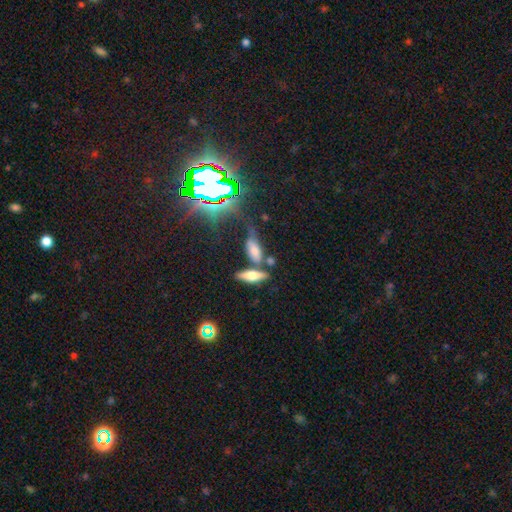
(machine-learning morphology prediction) The model was most divided on "merging": none: 51%, merger: 26%, minor disturbance: 16%, major disturbance: 7%. More confident: how rounded — in between (63%); smooth or featured — smooth (61%).